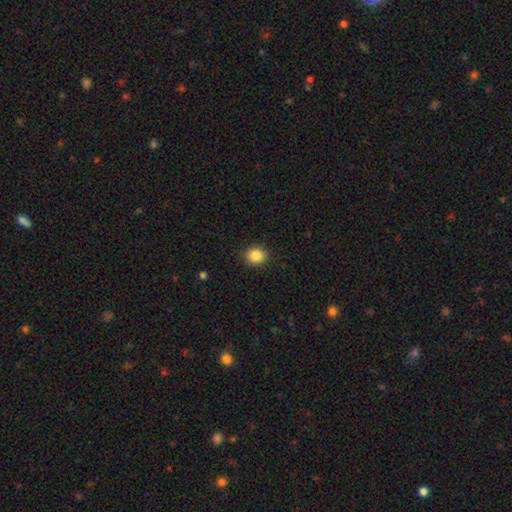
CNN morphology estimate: Smooth or featured? smooth (86%)
How rounded? round (78%)
Merging? none (90%)